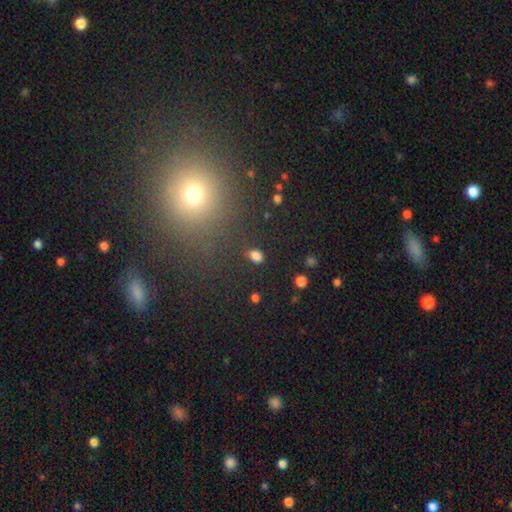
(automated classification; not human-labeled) Smooth or featured: smooth — 82% (star or artifact — 13%)
How rounded: in between — 75% (round — 23%)
Merging: none — 84% (minor disturbance — 10%)